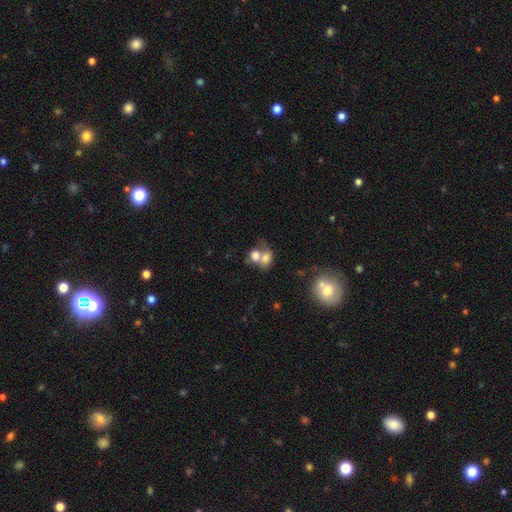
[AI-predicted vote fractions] smooth-or-featured: smooth: 71% | featured or disk: 18% | star or artifact: 11%
  how-rounded: in between: 55% | round: 44% | cigar-shaped: 2%
  merging: merger: 67% | none: 19% | minor disturbance: 7% | major disturbance: 7%